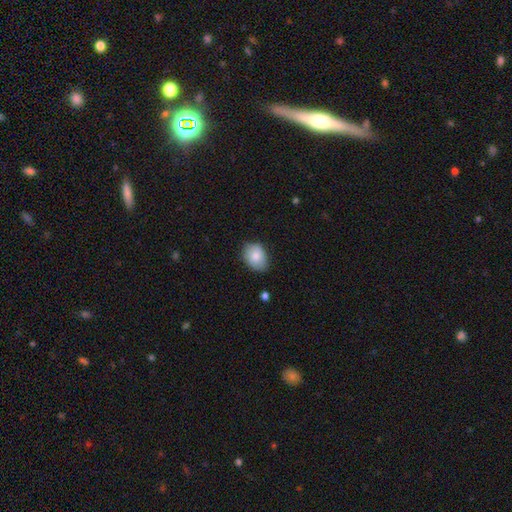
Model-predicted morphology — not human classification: Q: Smooth or featured?
A: smooth (82%); runner-up: featured or disk (11%)
Q: How rounded?
A: in between (68%); runner-up: round (31%)
Q: Merging?
A: none (78%); runner-up: minor disturbance (18%)